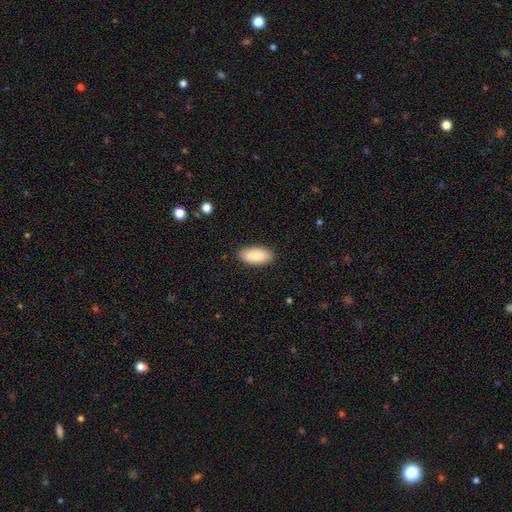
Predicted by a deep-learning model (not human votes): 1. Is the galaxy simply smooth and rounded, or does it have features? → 85% smooth, 9% featured or disk, 6% star or artifact.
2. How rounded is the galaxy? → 90% in between, 8% cigar-shaped, 2% round.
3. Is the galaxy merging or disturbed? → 88% none, 9% minor disturbance, 2% major disturbance, 1% merger.